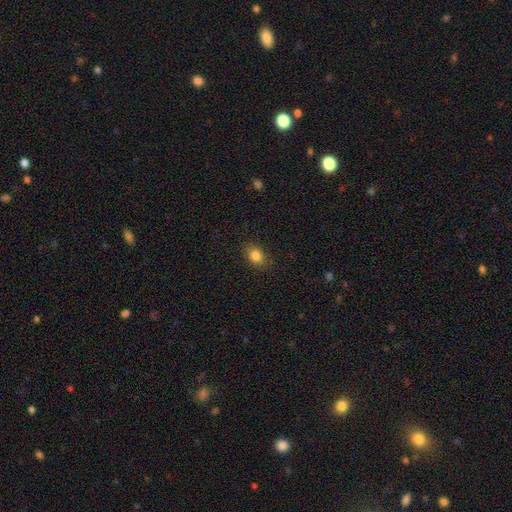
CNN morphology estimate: This appears to be a smooth galaxy with no disk features (84%) that is in between round and cigar-shaped (70%). Merging: none (85%).